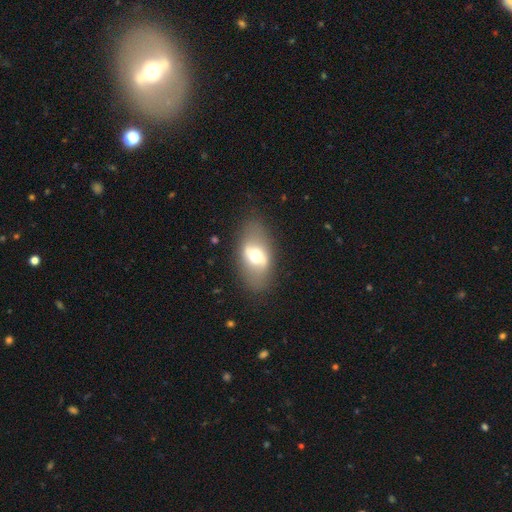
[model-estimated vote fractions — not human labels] Smooth or featured? Predicted: featured or disk (p=0.49). Merging? Predicted: none (p=0.78).